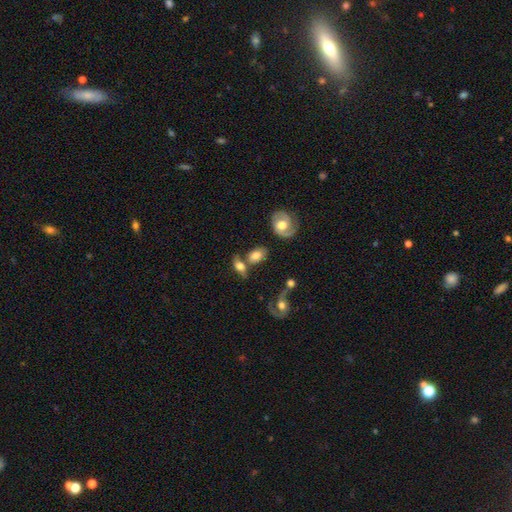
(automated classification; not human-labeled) This appears to be a smooth galaxy with no disk features (67%) that is in between round and cigar-shaped (82%). Merging: none (51%).